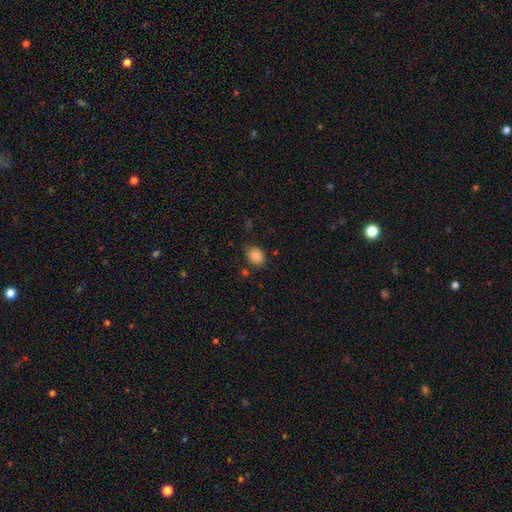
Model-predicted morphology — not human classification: type=smooth (83%); roundness=in between (53%); merging=none (74%).